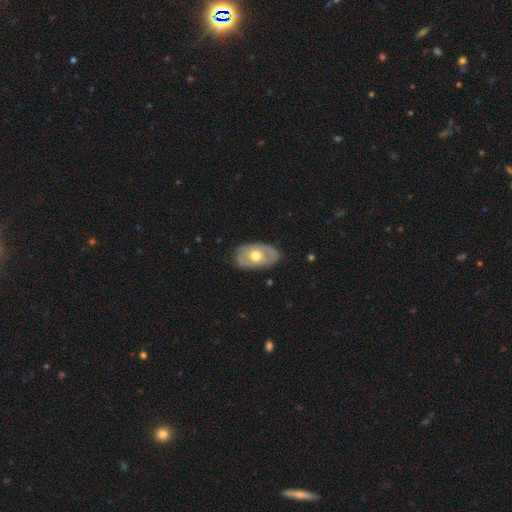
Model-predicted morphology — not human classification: Smooth or featured: featured or disk — 50% (smooth — 45%)
Edge-on disk: no — 88% (yes — 12%)
Merging: none — 82% (minor disturbance — 14%)